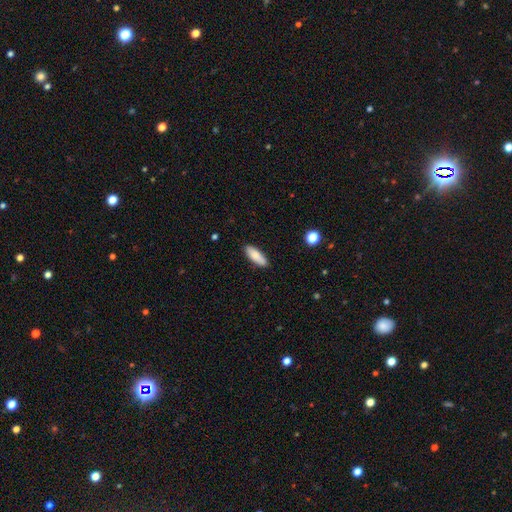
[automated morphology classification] Smooth or featured: smooth — 83% (featured or disk — 11%)
How rounded: in between — 61% (cigar-shaped — 37%)
Merging: none — 87% (minor disturbance — 10%)